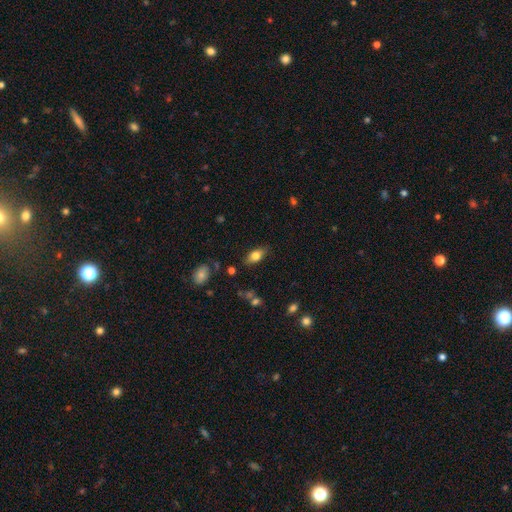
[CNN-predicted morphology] This is likely a smooth galaxy (74%). How rounded: clearly in between (86%). Merging: clearly none (81%).